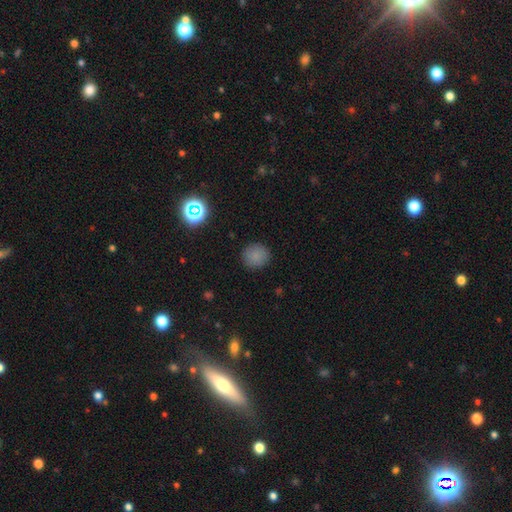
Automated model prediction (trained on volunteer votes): Smooth or featured: smooth — 83% (star or artifact — 12%)
How rounded: round — 92% (in between — 7%)
Merging: none — 89% (minor disturbance — 8%)